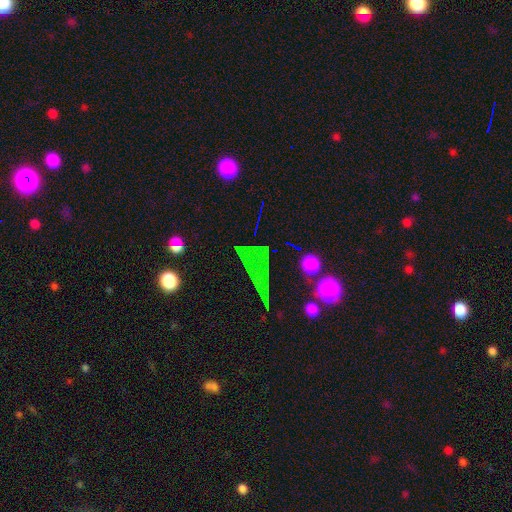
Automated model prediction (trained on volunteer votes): The model was most divided on "smooth or featured": star or artifact: 52%, smooth: 29%, featured or disk: 19%.